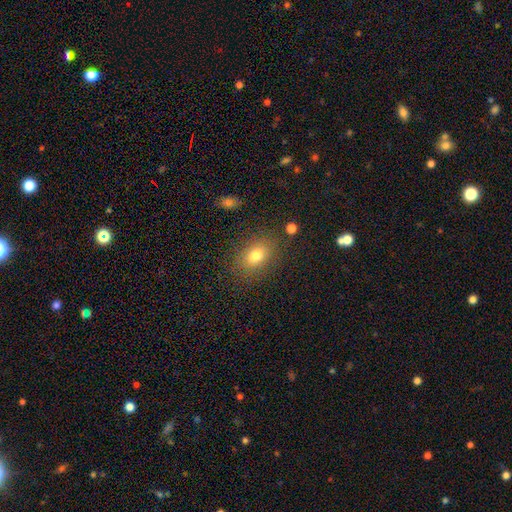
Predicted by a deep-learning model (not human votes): smooth-or-featured: smooth: 78% | star or artifact: 12% | featured or disk: 11%
  how-rounded: in between: 76% | round: 22% | cigar-shaped: 2%
  merging: none: 83% | minor disturbance: 11% | major disturbance: 4% | merger: 2%